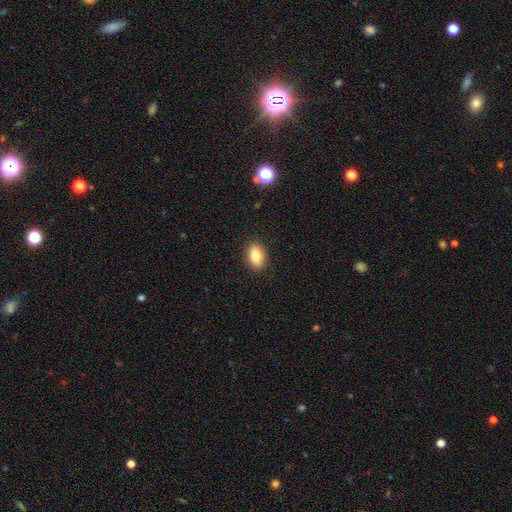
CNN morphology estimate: This appears to be a smooth galaxy with no disk features (83%) that is in between round and cigar-shaped (86%). Merging: none (89%).